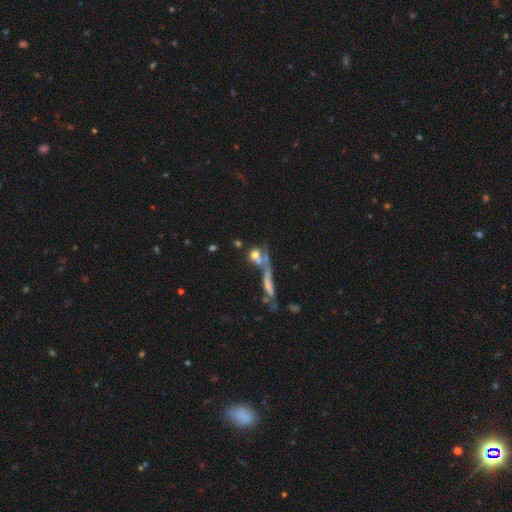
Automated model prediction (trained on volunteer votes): A smooth galaxy with no disk features (61%) that is round (58%). Merging: merger (42%).